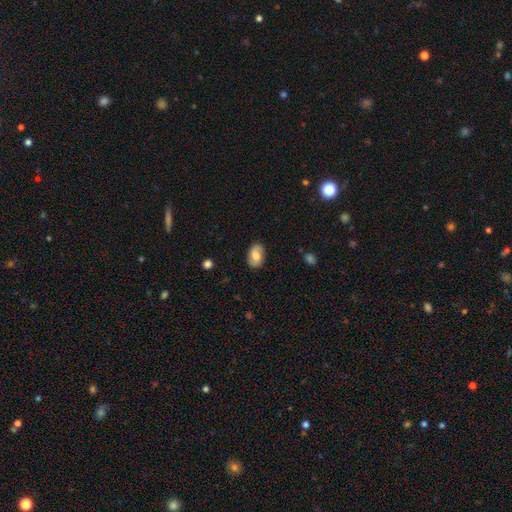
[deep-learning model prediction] This appears to be a smooth galaxy with no disk features (59%) that is in between round and cigar-shaped (85%). Merging: none (83%).